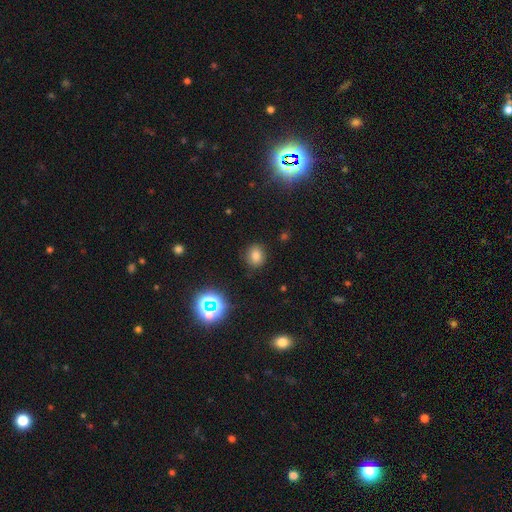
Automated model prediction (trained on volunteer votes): Smooth or featured: smooth — 75% (star or artifact — 18%)
How rounded: round — 72% (in between — 27%)
Merging: none — 86% (minor disturbance — 9%)